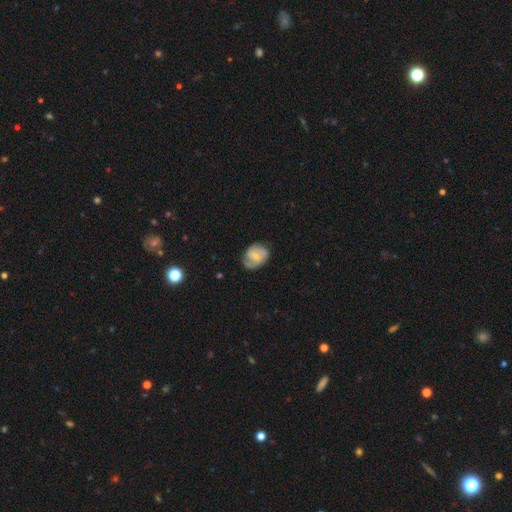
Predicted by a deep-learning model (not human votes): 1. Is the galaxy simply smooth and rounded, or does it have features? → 54% featured or disk, 39% smooth, 7% star or artifact.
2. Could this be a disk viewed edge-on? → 97% no, 3% yes.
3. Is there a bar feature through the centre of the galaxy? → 47% weak, 40% no, 13% strong.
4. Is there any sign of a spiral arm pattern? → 82% yes, 18% no.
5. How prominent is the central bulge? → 53% small, 32% moderate, 12% none, 2% large, 1% dominant.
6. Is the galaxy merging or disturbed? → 61% none, 28% minor disturbance, 9% major disturbance, 2% merger.